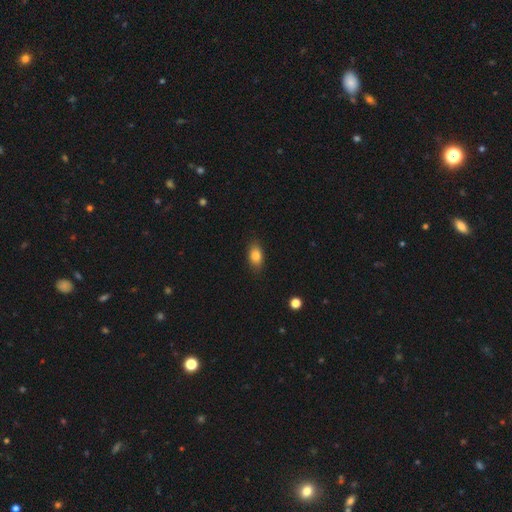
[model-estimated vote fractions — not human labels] A smooth galaxy with no disk features (83%) that is in between round and cigar-shaped (86%). Merging: none (85%).